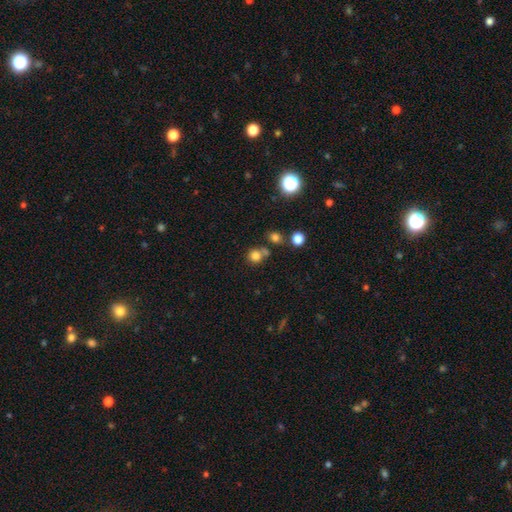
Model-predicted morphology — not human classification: Overall: smooth (78%). How rounded: round (85%). Merging: none (60%; merger 24%).